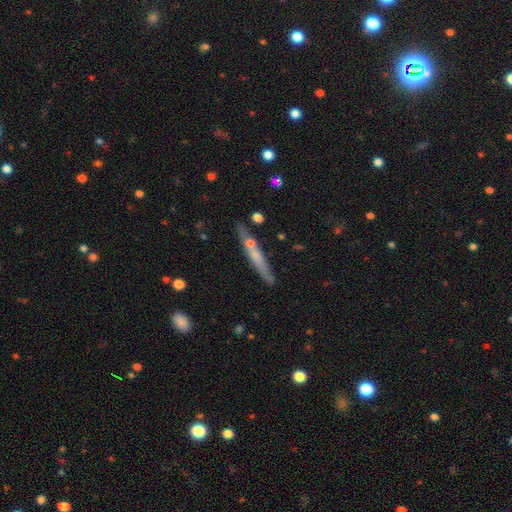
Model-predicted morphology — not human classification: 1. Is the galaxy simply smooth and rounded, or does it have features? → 47% smooth, 45% featured or disk, 7% star or artifact.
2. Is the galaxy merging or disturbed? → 77% none, 14% minor disturbance, 6% merger, 3% major disturbance.